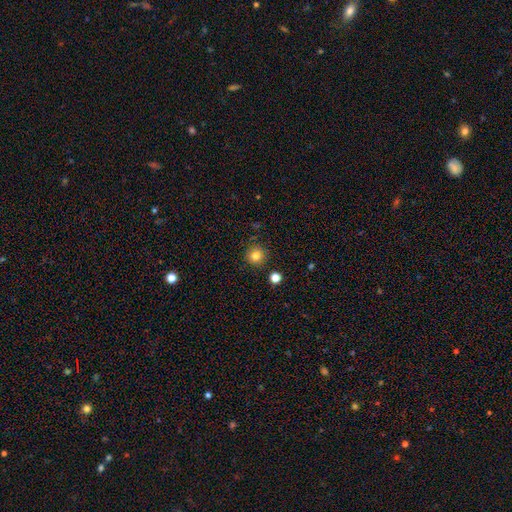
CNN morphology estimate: The model was most divided on "smooth or featured": smooth: 82%, star or artifact: 12%, featured or disk: 6%. More confident: how rounded — round (94%); merging — none (88%).